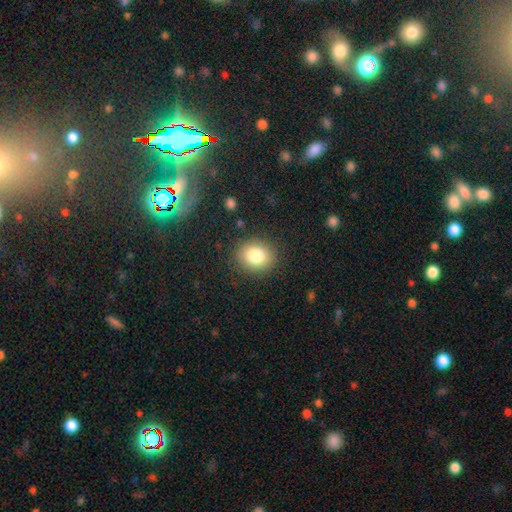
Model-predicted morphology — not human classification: smooth-or-featured: smooth: 82% | star or artifact: 10% | featured or disk: 9%
  how-rounded: round: 65% | in between: 34% | cigar-shaped: 1%
  merging: none: 87% | minor disturbance: 8% | major disturbance: 3% | merger: 1%